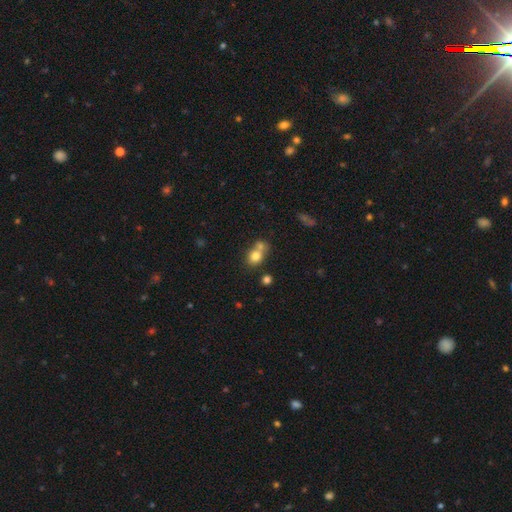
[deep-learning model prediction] A smooth galaxy with no disk features (77%) that is round (65%).

Vote fractions:
- Smooth or featured? smooth: 77% / featured or disk: 12% / star or artifact: 11%
- How rounded? round: 65% / in between: 34% / cigar-shaped: 1%
- Merging? merger: 51% / none: 37% / minor disturbance: 9% / major disturbance: 4%